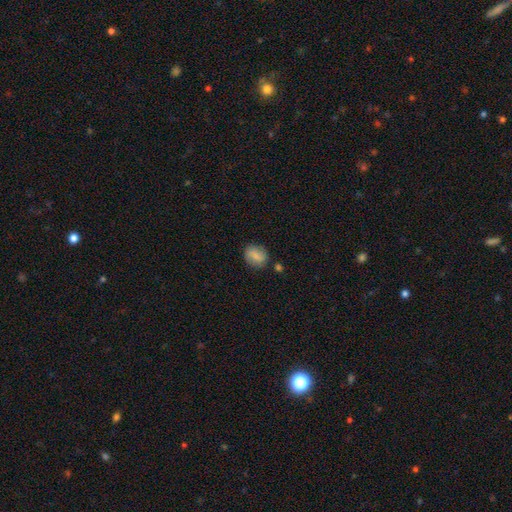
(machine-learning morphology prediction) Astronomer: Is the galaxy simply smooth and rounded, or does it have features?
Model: smooth — 77%.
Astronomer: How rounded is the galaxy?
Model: round — 51% (runner-up: in between, 47%).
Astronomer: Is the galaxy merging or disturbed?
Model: none — 76%.